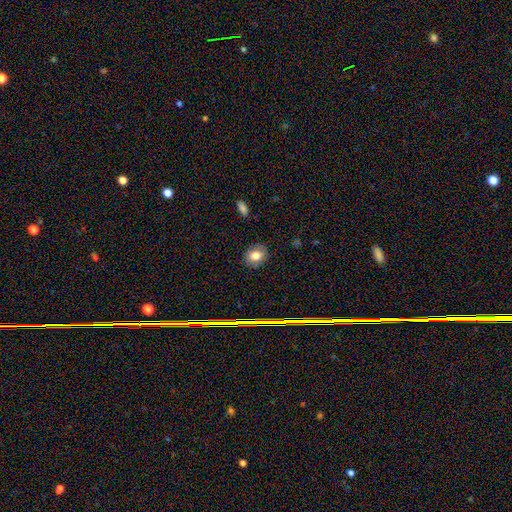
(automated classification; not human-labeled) smooth-or-featured: smooth: 75% | featured or disk: 13% | star or artifact: 12%
  how-rounded: round: 58% | in between: 41% | cigar-shaped: 1%
  merging: none: 85% | minor disturbance: 11% | major disturbance: 3% | merger: 1%